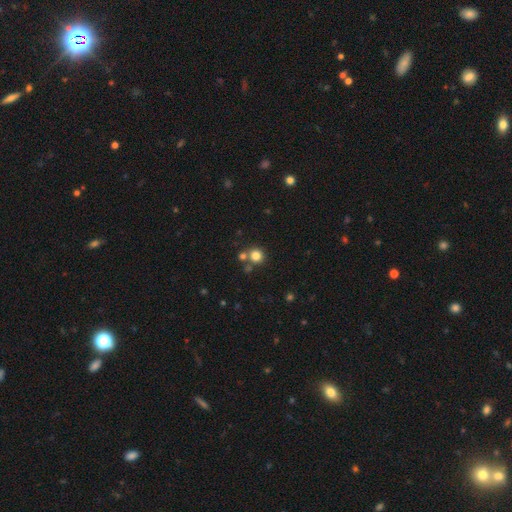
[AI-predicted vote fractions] Q: Smooth or featured?
A: smooth (80%); runner-up: star or artifact (13%)
Q: How rounded?
A: round (91%); runner-up: in between (8%)
Q: Merging?
A: none (69%); runner-up: merger (20%)